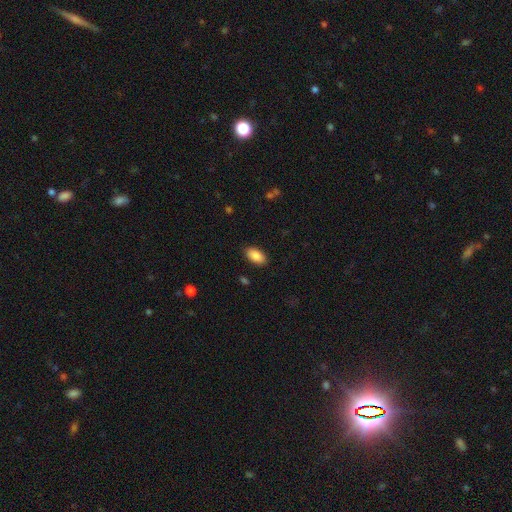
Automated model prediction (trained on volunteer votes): Q: Smooth or featured?
A: smooth (89%); runner-up: star or artifact (7%)
Q: How rounded?
A: in between (94%); runner-up: round (3%)
Q: Merging?
A: none (89%); runner-up: minor disturbance (8%)